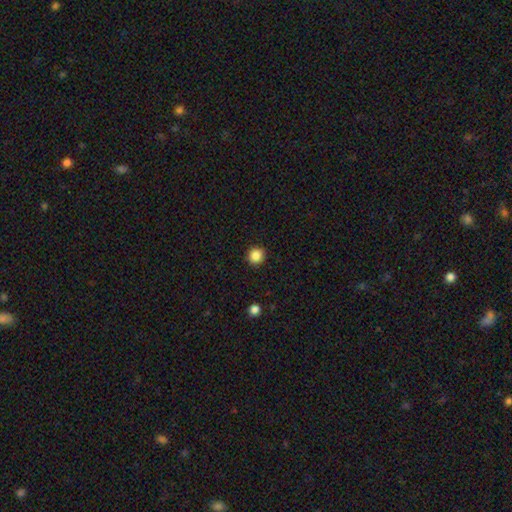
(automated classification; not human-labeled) Smooth or featured?
  - smooth: 86% *
  - star or artifact: 10%
  - featured or disk: 3%
How rounded?
  - round: 91% *
  - in between: 8%
  - cigar-shaped: 1%
Merging?
  - none: 91% *
  - minor disturbance: 6%
  - major disturbance: 2%
  - merger: 1%